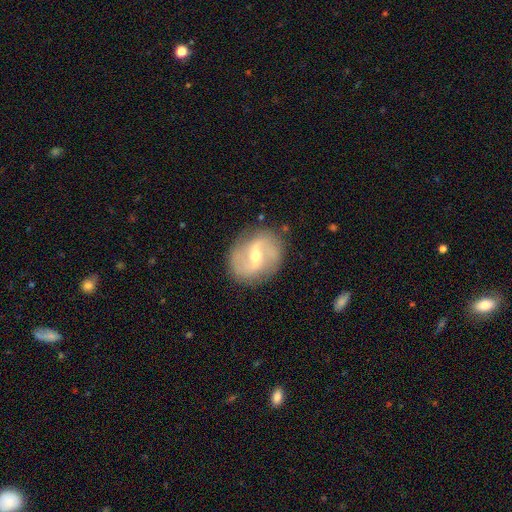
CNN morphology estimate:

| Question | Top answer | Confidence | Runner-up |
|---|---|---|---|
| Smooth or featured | featured or disk | 82% | smooth (12%) |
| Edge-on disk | no | 96% | yes (4%) |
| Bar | weak | 47% | strong (36%) |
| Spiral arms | yes | 90% | no (10%) |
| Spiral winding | loose | 44% | medium (41%) |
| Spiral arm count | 2 | 89% | can't tell (5%) |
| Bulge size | moderate | 53% | small (43%) |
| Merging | none | 83% | minor disturbance (11%) |